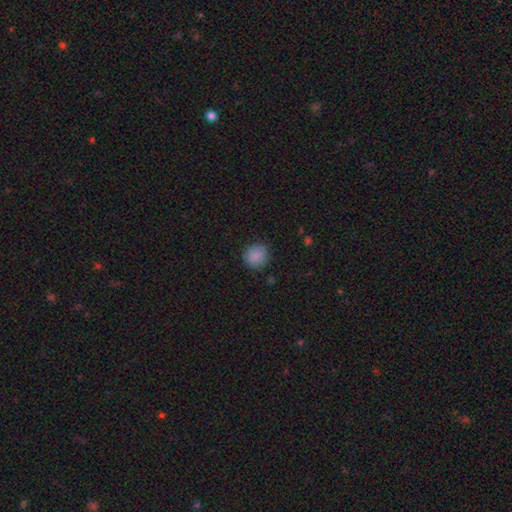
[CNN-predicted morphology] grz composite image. It shows a smooth galaxy with no disk features (87%) that is round (92%). Merging: none (86%).